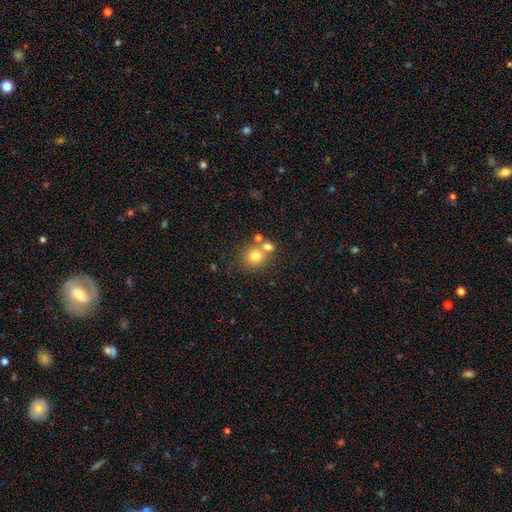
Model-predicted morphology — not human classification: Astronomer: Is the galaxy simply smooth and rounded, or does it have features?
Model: smooth — 76%.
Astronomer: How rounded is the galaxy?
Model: round — 87%.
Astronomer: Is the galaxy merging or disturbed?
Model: none — 58%.